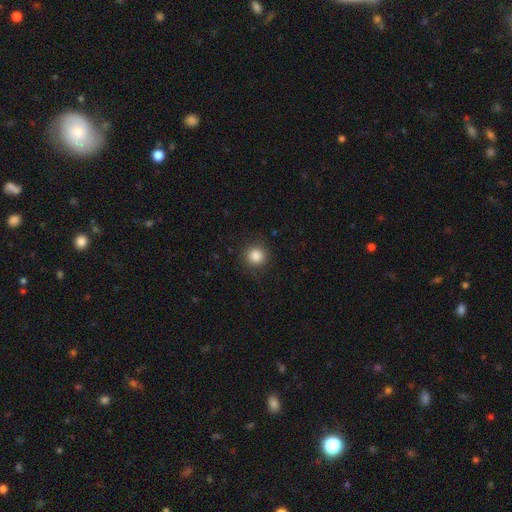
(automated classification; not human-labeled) Smooth or featured: smooth — 85% (star or artifact — 10%)
How rounded: round — 93% (in between — 6%)
Merging: none — 88% (minor disturbance — 8%)